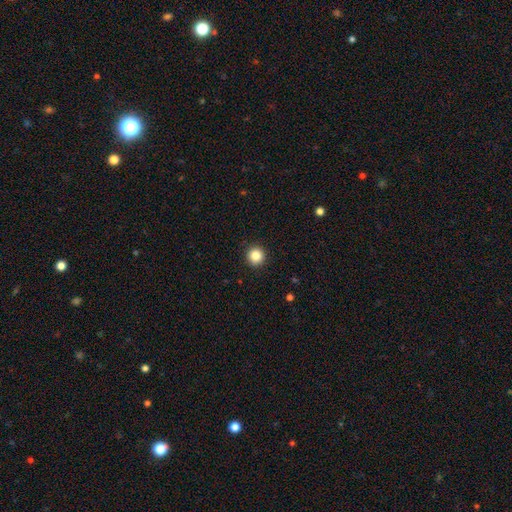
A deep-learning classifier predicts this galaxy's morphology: Smooth or featured? smooth (85%)
How rounded? round (95%)
Merging? none (93%)